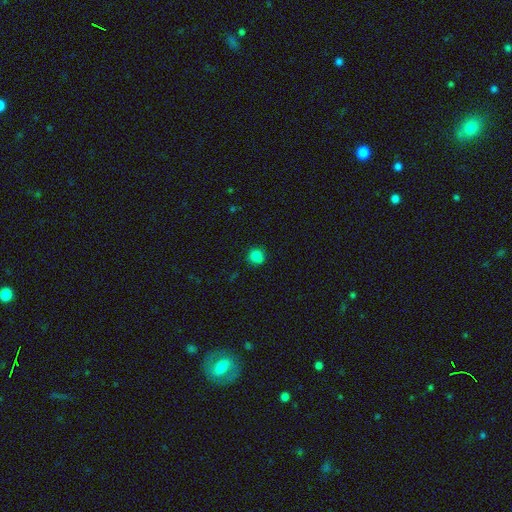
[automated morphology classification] type=smooth (83%); roundness=round (87%); merging=none (78%).